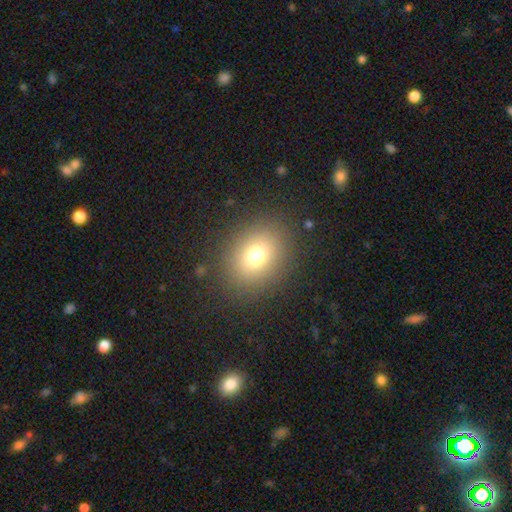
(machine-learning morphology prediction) This appears to be a smooth galaxy with no disk features (74%) that is round (51%). Merging: none (86%).